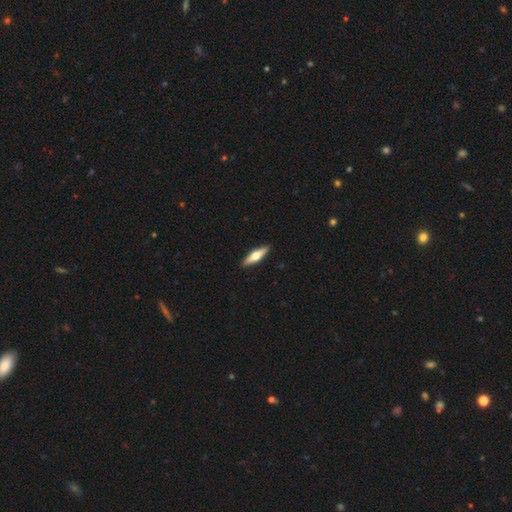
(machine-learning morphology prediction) smooth_or_featured: featured or disk (p=0.50) [alt: smooth p=0.45]
merging: none (p=0.91) [alt: minor disturbance p=0.06]